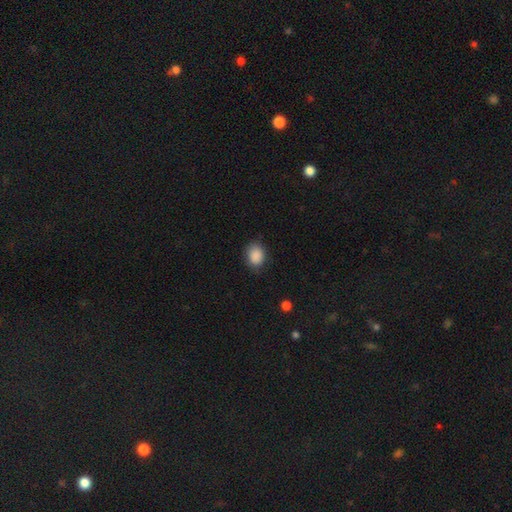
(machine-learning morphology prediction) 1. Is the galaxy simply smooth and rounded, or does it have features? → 89% smooth, 8% star or artifact, 4% featured or disk.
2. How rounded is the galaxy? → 62% in between, 37% round, 1% cigar-shaped.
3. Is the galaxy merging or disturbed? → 79% none, 16% minor disturbance, 4% major disturbance, 1% merger.